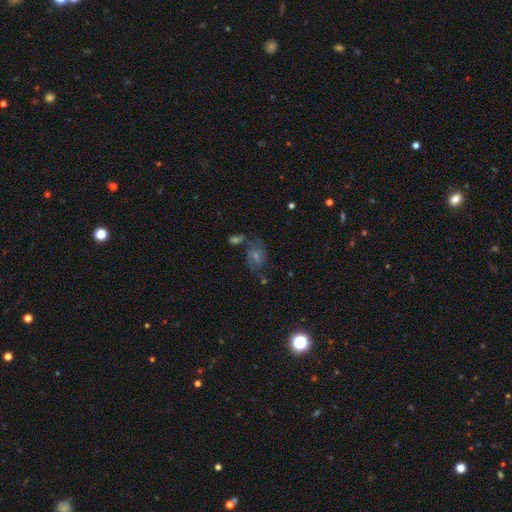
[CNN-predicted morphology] Smooth or featured?
  - featured or disk: 40% *
  - star or artifact: 32%
  - smooth: 28%
Merging?
  - none: 57% *
  - merger: 18%
  - minor disturbance: 15%
  - major disturbance: 11%